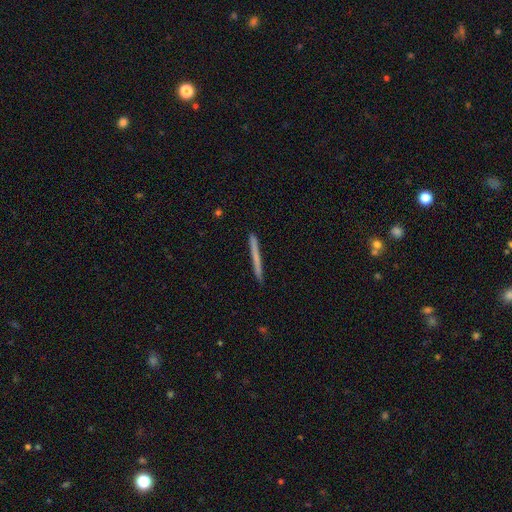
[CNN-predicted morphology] smooth 61%, featured or disk 34%, star or artifact 6%. Down the decision tree: how rounded — cigar-shaped (97%); merging — none (92%).